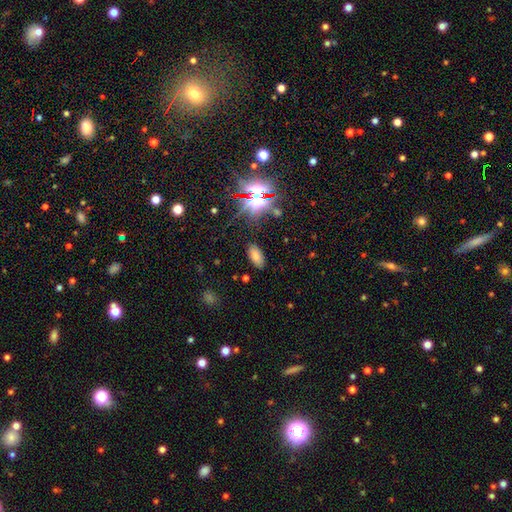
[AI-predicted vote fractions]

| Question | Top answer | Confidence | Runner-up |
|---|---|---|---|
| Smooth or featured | smooth | 70% | star or artifact (21%) |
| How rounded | in between | 93% | round (4%) |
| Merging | none | 83% | minor disturbance (11%) |